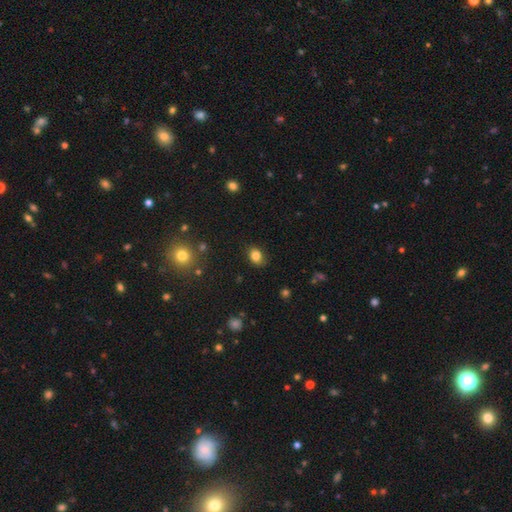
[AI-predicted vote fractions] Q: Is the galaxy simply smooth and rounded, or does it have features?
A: smooth — 83%.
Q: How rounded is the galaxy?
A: in between — 60%.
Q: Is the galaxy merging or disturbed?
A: none — 81%.